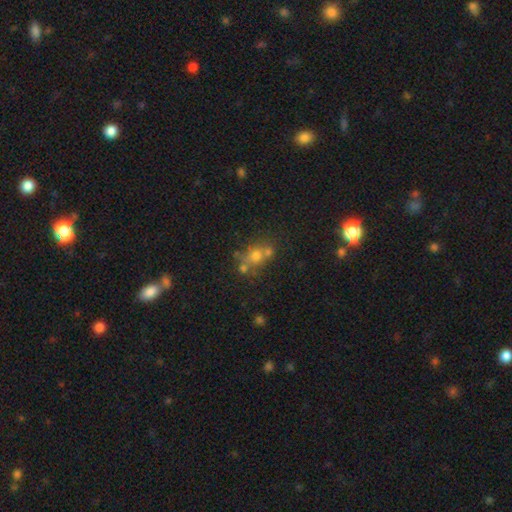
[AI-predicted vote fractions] Smooth or featured? smooth (60%)
How rounded? round (66%)
Merging? none (49%)